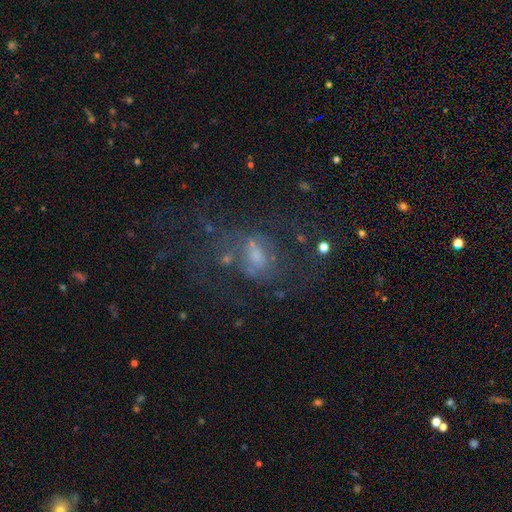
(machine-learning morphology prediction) Overall: featured or disk (50%; smooth 28%). Merging: none (44%; major disturbance 30%).